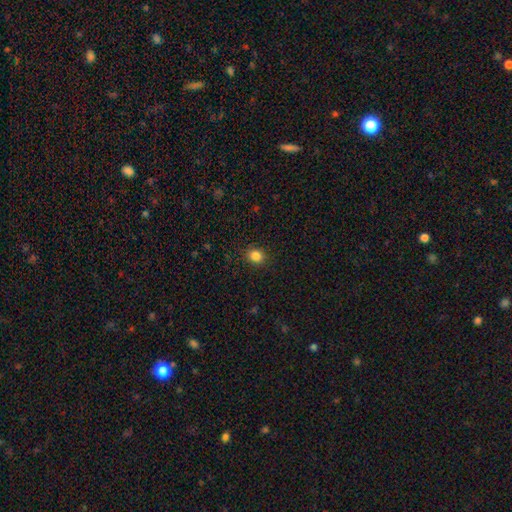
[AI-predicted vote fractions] smooth 85%, star or artifact 11%, featured or disk 4%. Down the decision tree: how rounded — round (65%); merging — none (90%).